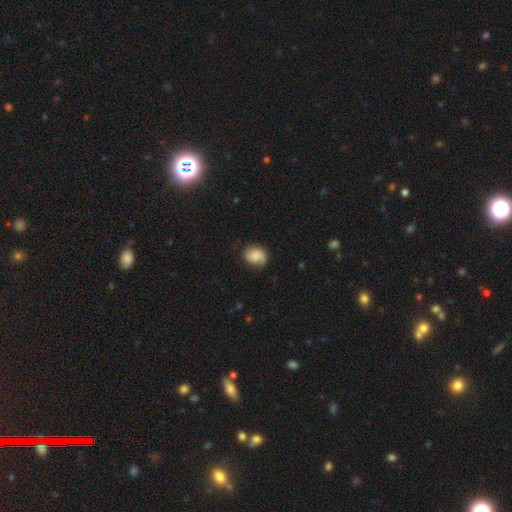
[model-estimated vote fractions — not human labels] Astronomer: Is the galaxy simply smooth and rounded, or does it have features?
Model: smooth — 76%.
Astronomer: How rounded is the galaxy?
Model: round — 57% (runner-up: in between, 42%).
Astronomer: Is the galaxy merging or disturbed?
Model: none — 64%.